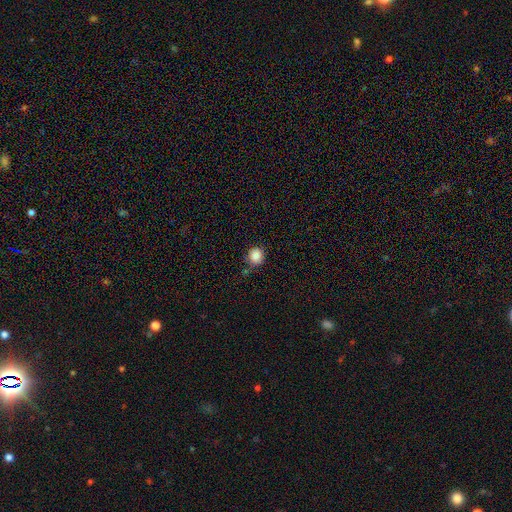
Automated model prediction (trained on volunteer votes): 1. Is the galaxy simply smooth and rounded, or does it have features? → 86% smooth, 10% star or artifact, 4% featured or disk.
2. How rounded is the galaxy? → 85% round, 14% in between, 1% cigar-shaped.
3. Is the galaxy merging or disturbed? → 74% none, 18% minor disturbance, 5% merger, 4% major disturbance.